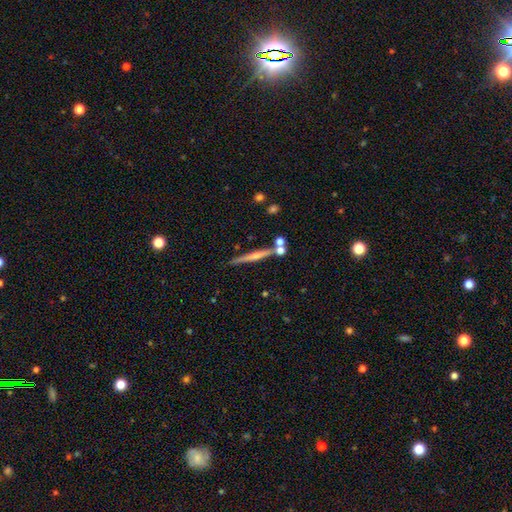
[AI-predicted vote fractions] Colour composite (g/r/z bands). It shows a featured or disk galaxy (57%) viewed edge-on (95%) with a rounded central bulge (57%). Merging: none (76%).